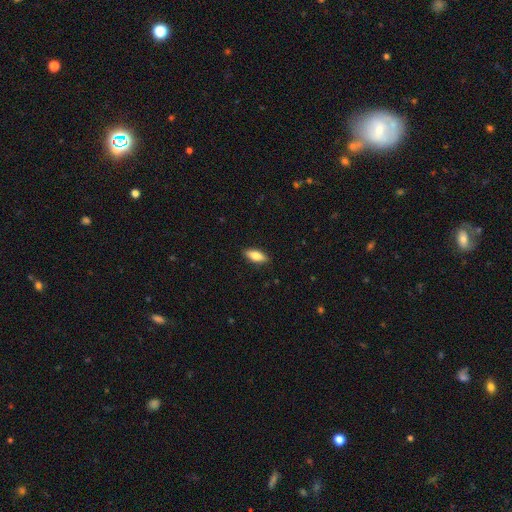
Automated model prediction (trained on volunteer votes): This is likely a smooth galaxy (78%). How rounded: likely in between (77%). Merging: clearly none (89%).